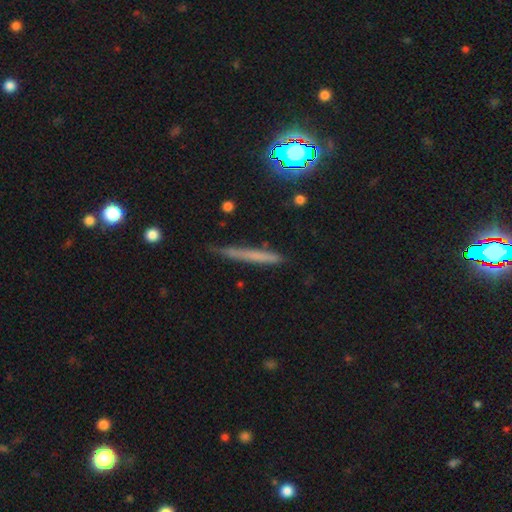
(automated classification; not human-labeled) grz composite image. It shows a smooth galaxy with no disk features (53%) that is cigar-shaped (94%). Merging: none (79%).